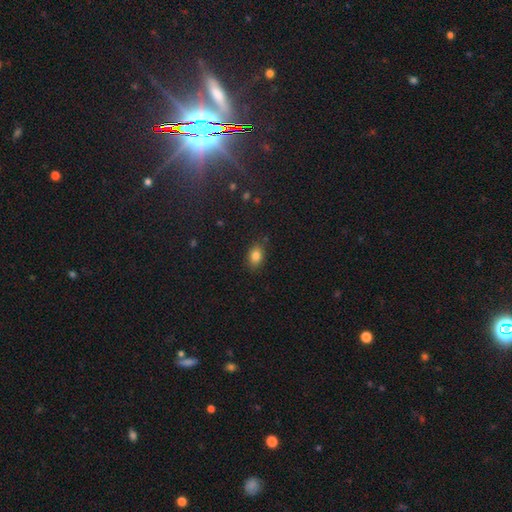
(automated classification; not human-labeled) Smooth or featured? Predicted: smooth (p=0.82). How rounded? Predicted: in between (p=0.78). Merging? Predicted: none (p=0.82).